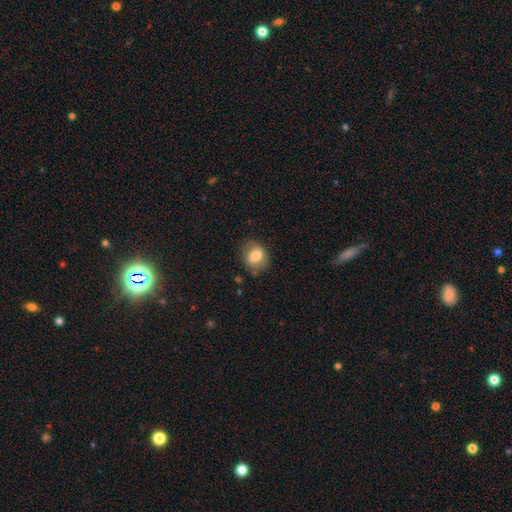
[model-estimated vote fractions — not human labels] A smooth galaxy with no disk features (74%) that is in between round and cigar-shaped (52%).

Vote fractions:
- Smooth or featured? smooth: 74% / featured or disk: 18% / star or artifact: 8%
- How rounded? in between: 52% / round: 47% / cigar-shaped: 1%
- Merging? none: 75% / minor disturbance: 17% / major disturbance: 6% / merger: 2%